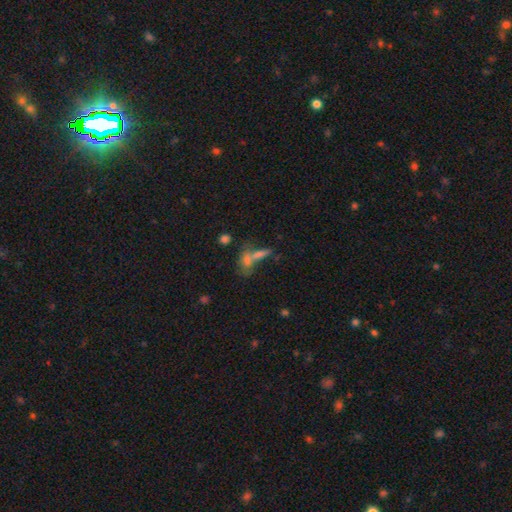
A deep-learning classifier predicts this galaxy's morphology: The model was most divided on "merging": merger: 44%, none: 37%, minor disturbance: 10%, major disturbance: 9%. More confident: smooth or featured — smooth (57%); how rounded — in between (53%).